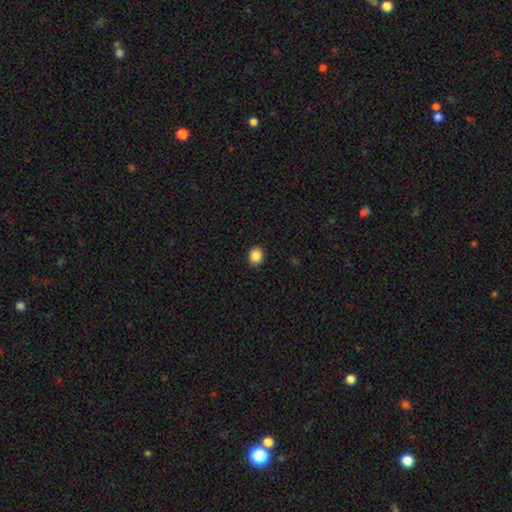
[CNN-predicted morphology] Smooth or featured: smooth — 86% (star or artifact — 9%)
How rounded: round — 66% (in between — 33%)
Merging: none — 92% (minor disturbance — 5%)